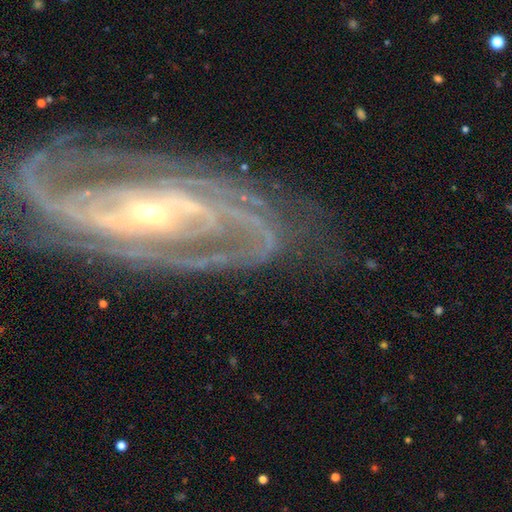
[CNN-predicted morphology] type=featured or disk (87%); edge-on=no (92%); bar=no (44%); spiral arms=yes (93%); winding=tight (63%); arm count=2 (36%); bulge=small (63%); merging=none (69%).